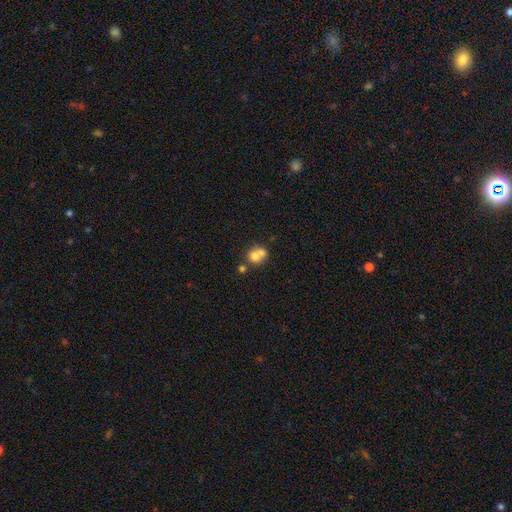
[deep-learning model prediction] Q: Smooth or featured?
A: smooth (71%); runner-up: featured or disk (19%)
Q: How rounded?
A: round (76%); runner-up: in between (23%)
Q: Merging?
A: merger (57%); runner-up: none (32%)